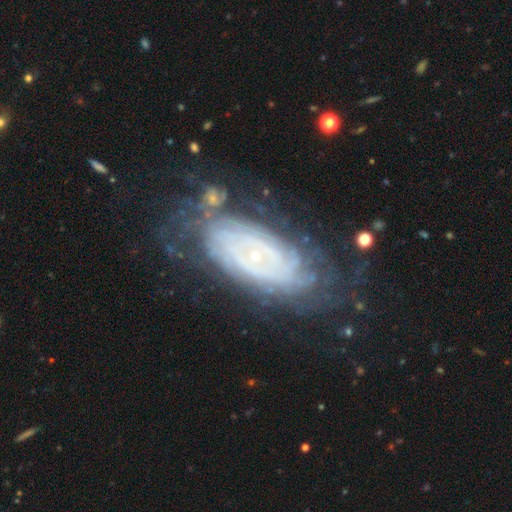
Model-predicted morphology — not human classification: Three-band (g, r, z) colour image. It shows a featured or disk galaxy (84%) with no bar (65%), tight (81%) spiral arms (94%) and a small central bulge (86%). Merging: none (64%).